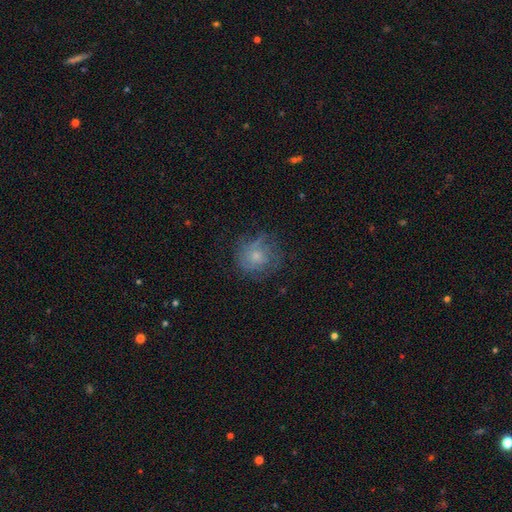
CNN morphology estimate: Q: Smooth or featured?
A: smooth (50%); runner-up: featured or disk (38%)
Q: How rounded?
A: round (82%); runner-up: in between (17%)
Q: Merging?
A: none (65%); runner-up: minor disturbance (21%)